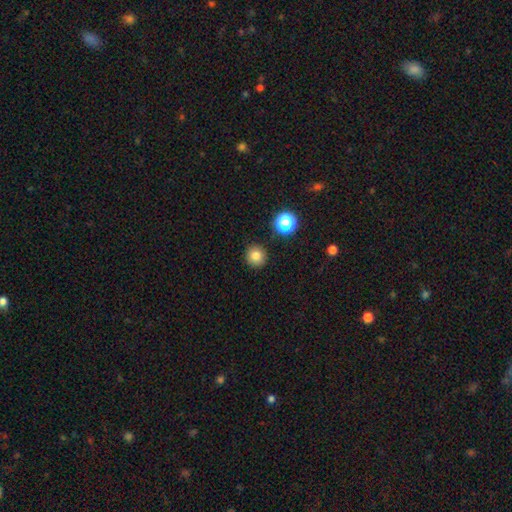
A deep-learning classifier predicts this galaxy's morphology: A smooth galaxy with no disk features (81%) that is round (95%).

Vote fractions:
- Smooth or featured? smooth: 81% / star or artifact: 13% / featured or disk: 6%
- How rounded? round: 95% / in between: 4% / cigar-shaped: 1%
- Merging? none: 91% / minor disturbance: 6% / major disturbance: 2% / merger: 2%